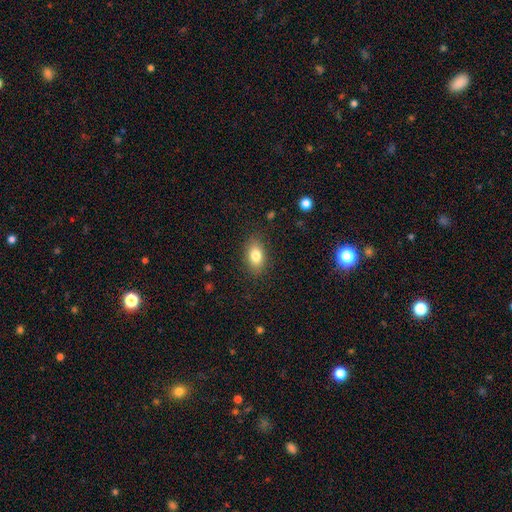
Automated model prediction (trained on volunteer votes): The model was most divided on "smooth or featured": smooth: 81%, featured or disk: 10%, star or artifact: 9%. More confident: merging — none (86%); how rounded — in between (86%).